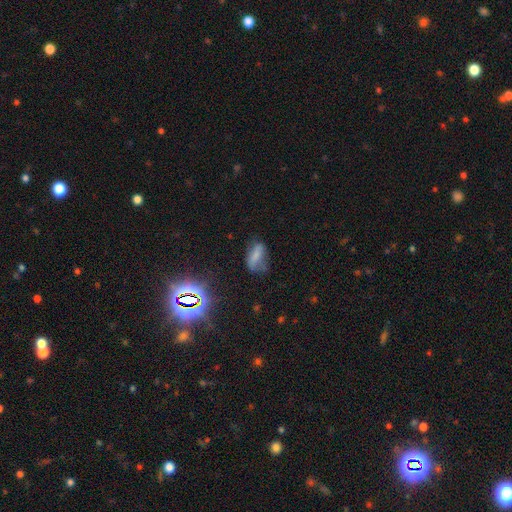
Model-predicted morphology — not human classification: Q: Smooth or featured?
A: smooth (63%); runner-up: featured or disk (20%)
Q: How rounded?
A: in between (77%); runner-up: cigar-shaped (18%)
Q: Merging?
A: none (46%); runner-up: minor disturbance (32%)